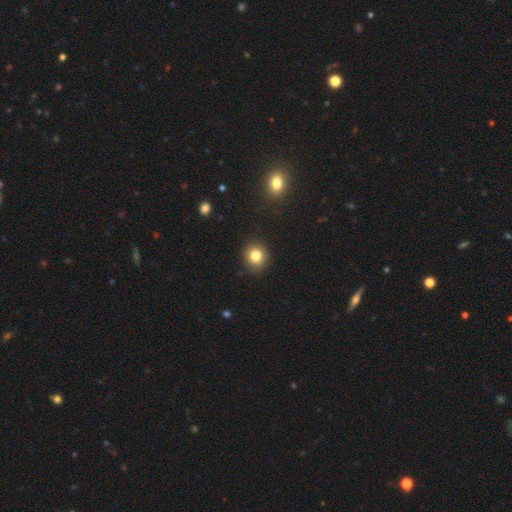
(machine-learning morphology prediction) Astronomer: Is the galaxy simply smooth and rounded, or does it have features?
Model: smooth — 81%.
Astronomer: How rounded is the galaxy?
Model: round — 80%.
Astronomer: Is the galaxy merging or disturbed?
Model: none — 87%.